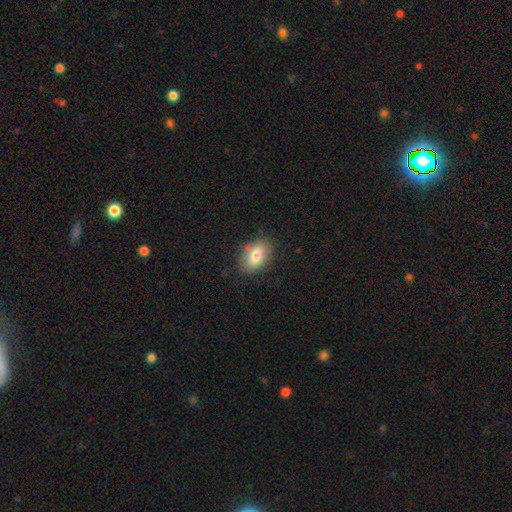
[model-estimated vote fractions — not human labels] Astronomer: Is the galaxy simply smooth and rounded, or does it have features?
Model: smooth — 79%.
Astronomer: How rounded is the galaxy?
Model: in between — 86%.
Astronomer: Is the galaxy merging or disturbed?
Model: none — 79%.